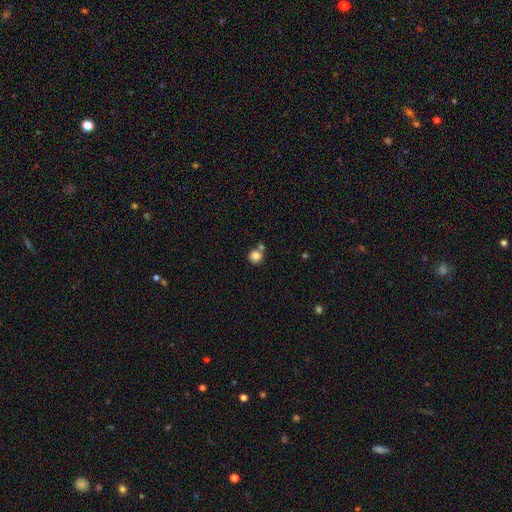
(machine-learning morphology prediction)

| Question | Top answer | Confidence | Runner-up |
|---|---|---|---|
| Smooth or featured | smooth | 83% | star or artifact (10%) |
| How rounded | round | 89% | in between (10%) |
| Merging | none | 59% | merger (27%) |